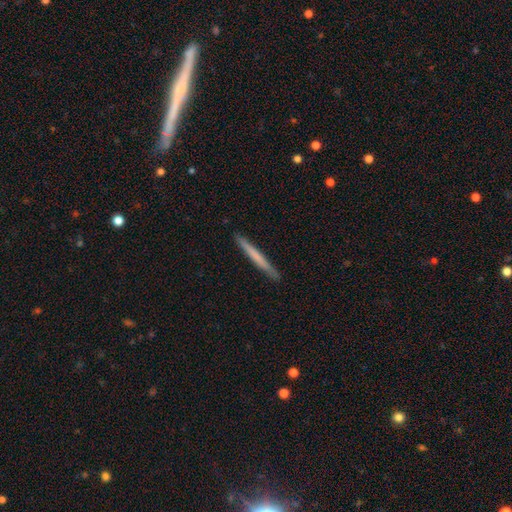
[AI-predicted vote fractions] smooth-or-featured: smooth: 60% | featured or disk: 35% | star or artifact: 5%
  how-rounded: cigar-shaped: 97% | in between: 2% | round: 1%
  merging: none: 91% | minor disturbance: 7% | major disturbance: 1% | merger: 1%